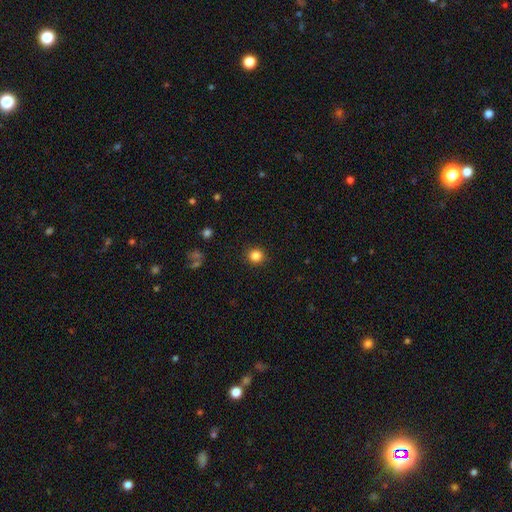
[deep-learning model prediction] Smooth or featured? smooth (84%)
How rounded? round (93%)
Merging? none (91%)